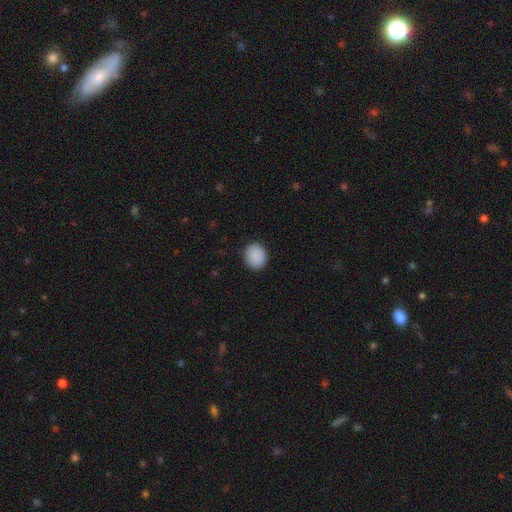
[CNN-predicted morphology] Smooth or featured?
  - smooth: 90% *
  - star or artifact: 7%
  - featured or disk: 3%
How rounded?
  - round: 80% *
  - in between: 19%
  - cigar-shaped: 1%
Merging?
  - none: 90% *
  - minor disturbance: 7%
  - major disturbance: 2%
  - merger: 1%